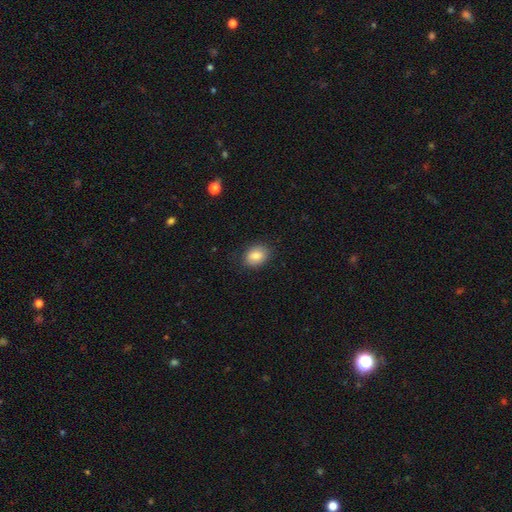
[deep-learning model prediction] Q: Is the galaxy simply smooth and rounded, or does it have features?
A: smooth — 82%.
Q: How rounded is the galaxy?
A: in between — 61%.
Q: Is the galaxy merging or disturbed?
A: none — 85%.